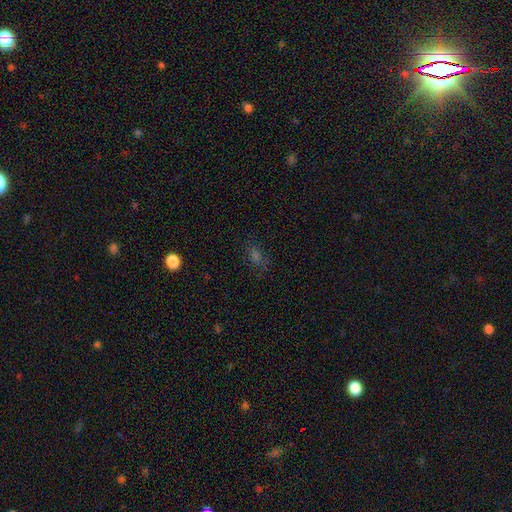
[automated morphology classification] smooth 50%, star or artifact 34%, featured or disk 16%. Down the decision tree: how rounded — in between (68%); merging — none (76%).